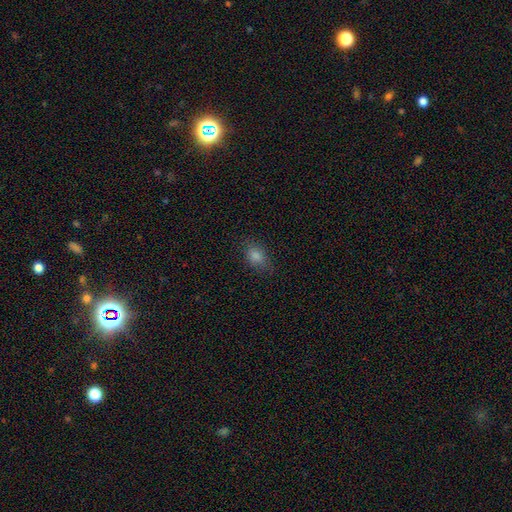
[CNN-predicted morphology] Smooth or featured? smooth (80%)
How rounded? in between (75%)
Merging? none (79%)